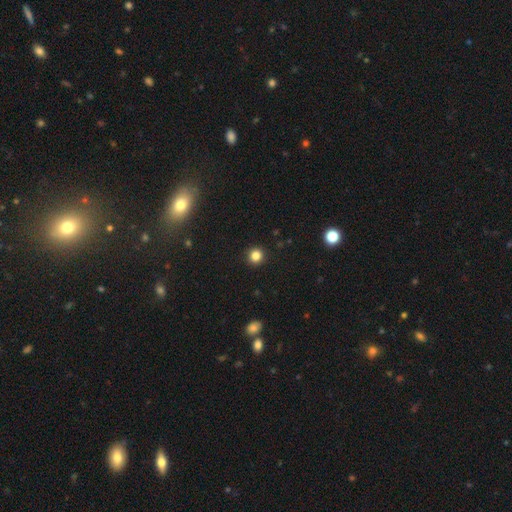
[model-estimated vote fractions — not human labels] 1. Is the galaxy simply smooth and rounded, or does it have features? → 84% smooth, 12% star or artifact, 4% featured or disk.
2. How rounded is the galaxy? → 94% round, 5% in between, 1% cigar-shaped.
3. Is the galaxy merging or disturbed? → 93% none, 5% minor disturbance, 2% major disturbance, 1% merger.